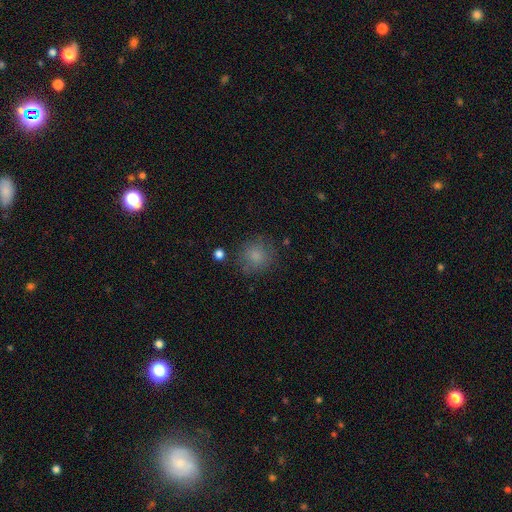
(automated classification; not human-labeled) The model was most divided on "merging": none: 77%, minor disturbance: 15%, major disturbance: 6%, merger: 3%. More confident: how rounded — round (87%); smooth or featured — smooth (82%).